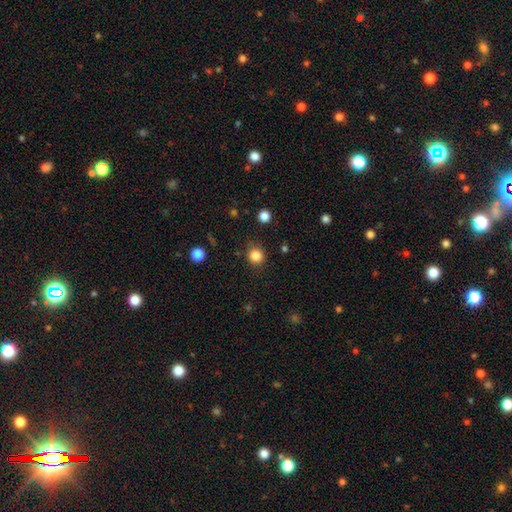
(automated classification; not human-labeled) Overall: smooth (85%). How rounded: round (88%). Merging: none (85%).